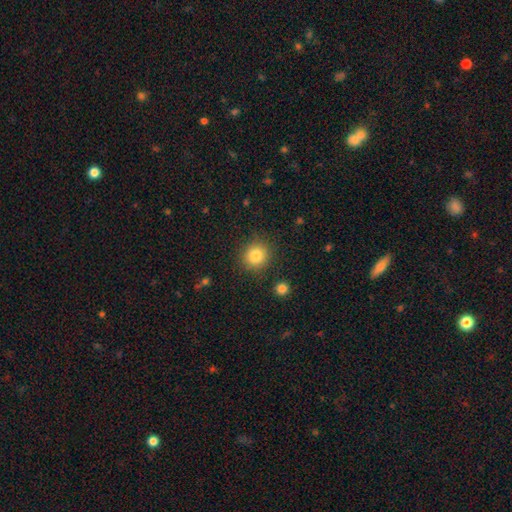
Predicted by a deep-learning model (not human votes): This appears to be a smooth galaxy with no disk features (83%) that is round (88%). Merging: none (88%).